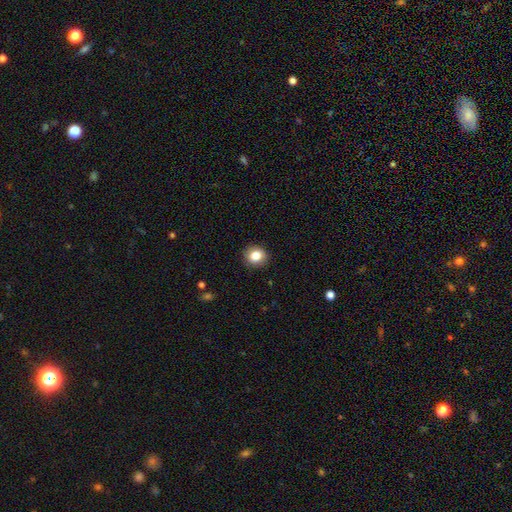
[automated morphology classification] The model was most divided on "smooth or featured": smooth: 83%, star or artifact: 10%, featured or disk: 7%. More confident: merging — none (90%); how rounded — round (86%).